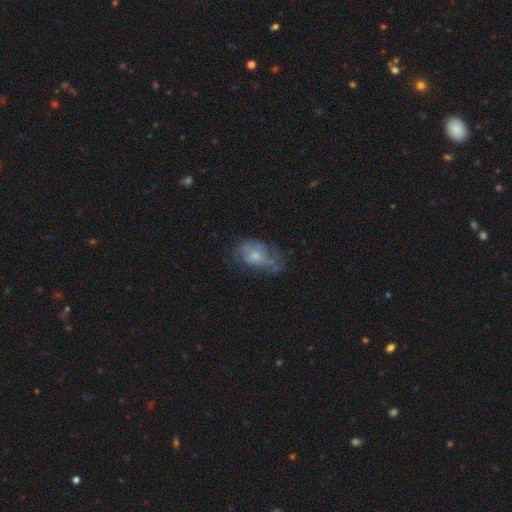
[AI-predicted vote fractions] featured or disk 50%, smooth 40%, star or artifact 10%. Down the decision tree: edge-on disk — no (95%); merging — none (40%).